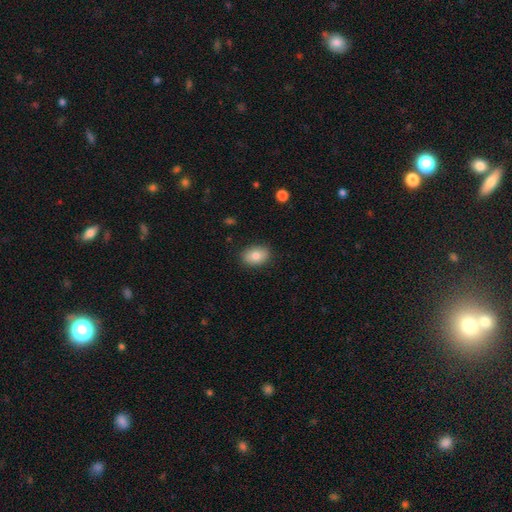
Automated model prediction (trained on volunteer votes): The model was most divided on "how rounded": in between: 77%, round: 22%, cigar-shaped: 1%. More confident: merging — none (87%); smooth or featured — smooth (82%).